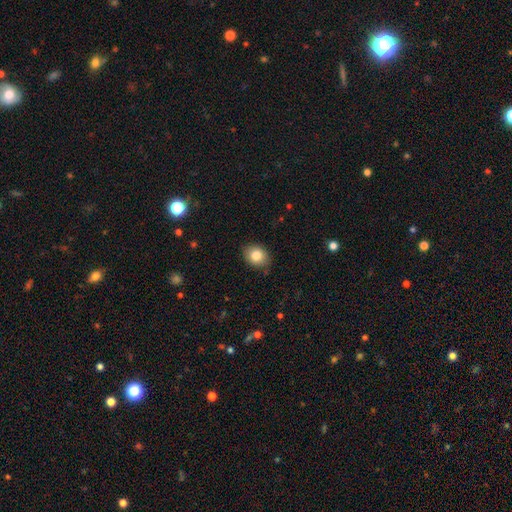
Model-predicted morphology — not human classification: Smooth or featured: smooth — 82% (star or artifact — 9%)
How rounded: in between — 51% (round — 48%)
Merging: none — 85% (minor disturbance — 12%)